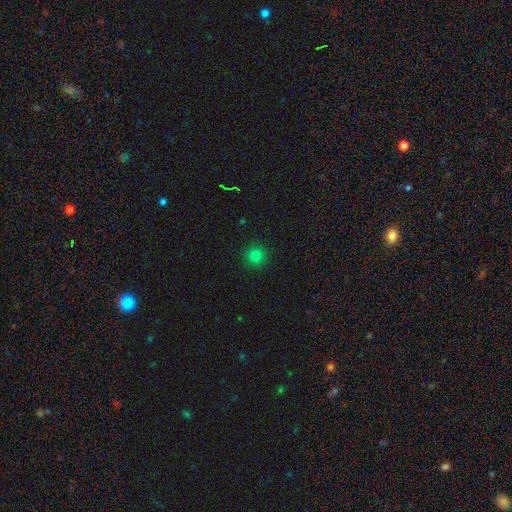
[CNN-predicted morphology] smooth-or-featured: smooth: 79% | star or artifact: 16% | featured or disk: 5%
  how-rounded: round: 95% | in between: 4% | cigar-shaped: 1%
  merging: none: 92% | minor disturbance: 5% | major disturbance: 2% | merger: 1%